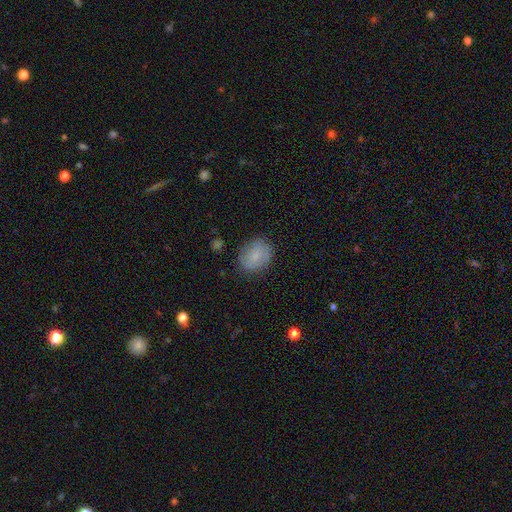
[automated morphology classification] This appears to be a smooth galaxy with no disk features (78%) that is in between round and cigar-shaped (58%). Merging: none (79%).